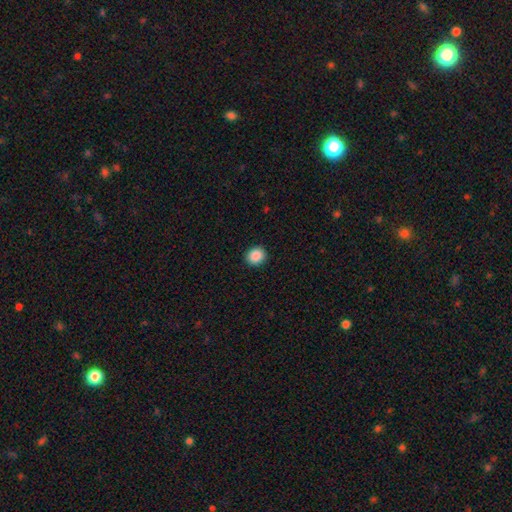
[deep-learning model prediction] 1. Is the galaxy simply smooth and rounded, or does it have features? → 88% smooth, 9% star or artifact, 3% featured or disk.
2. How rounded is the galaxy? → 83% round, 16% in between, 1% cigar-shaped.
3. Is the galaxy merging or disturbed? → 92% none, 6% minor disturbance, 2% major disturbance, 1% merger.